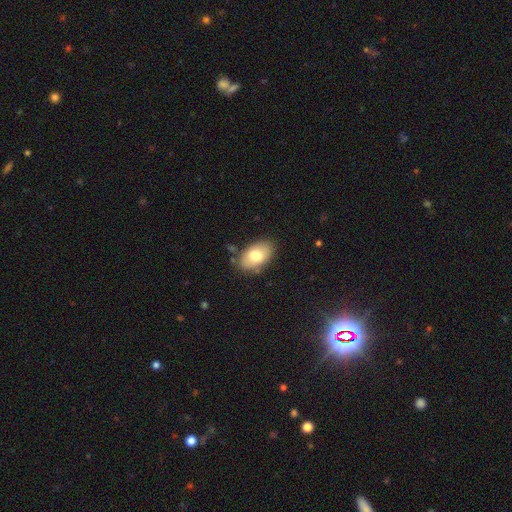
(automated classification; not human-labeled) smooth_or_featured: smooth (p=0.76) [alt: featured or disk p=0.17]
how_rounded: in between (p=0.92) [alt: round p=0.07]
merging: none (p=0.80) [alt: minor disturbance p=0.14]